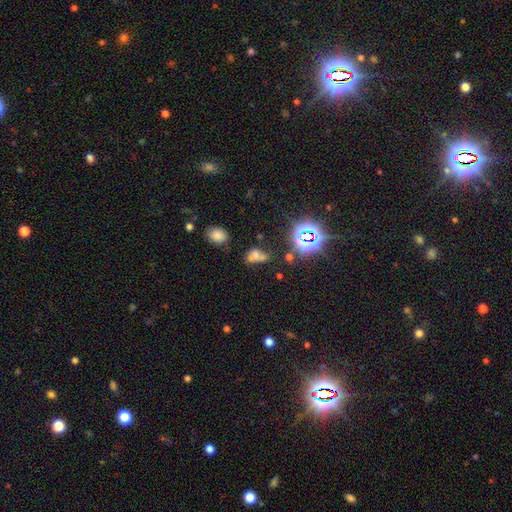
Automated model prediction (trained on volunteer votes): This is possibly a smooth galaxy (53%). How rounded: likely in between (69%). Merging: marginally merger (41%).